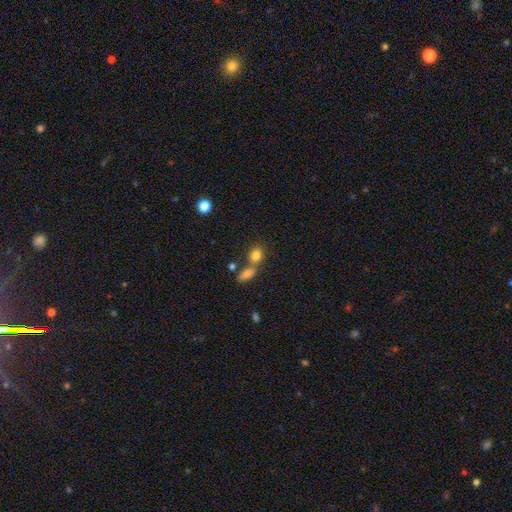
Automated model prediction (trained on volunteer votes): Smooth or featured? smooth (81%)
How rounded? round (64%)
Merging? none (49%)